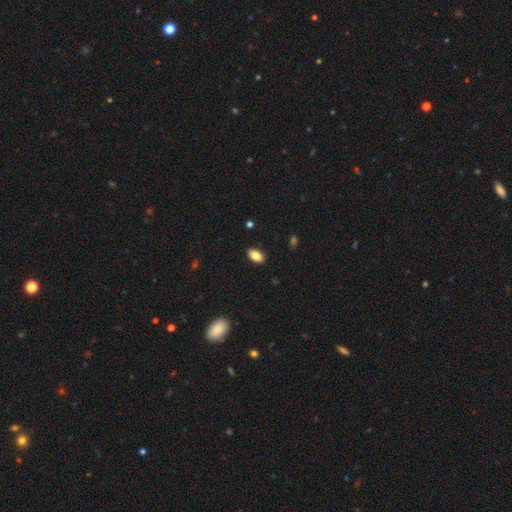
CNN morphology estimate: A smooth galaxy with no disk features (82%) that is in between round and cigar-shaped (91%). Merging: none (88%).